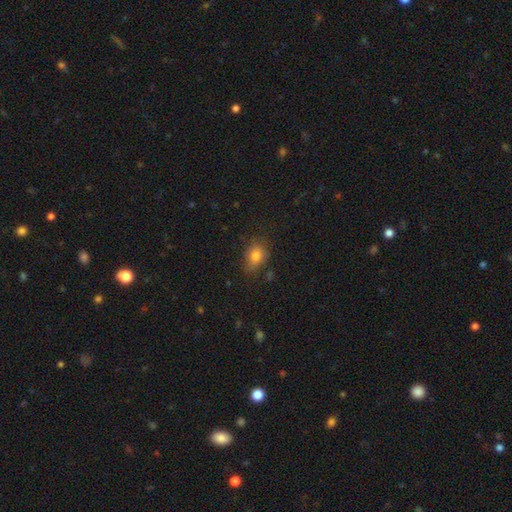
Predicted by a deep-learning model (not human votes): Overall: smooth (79%). How rounded: in between (67%; round 31%). Merging: none (63%; minor disturbance 27%).